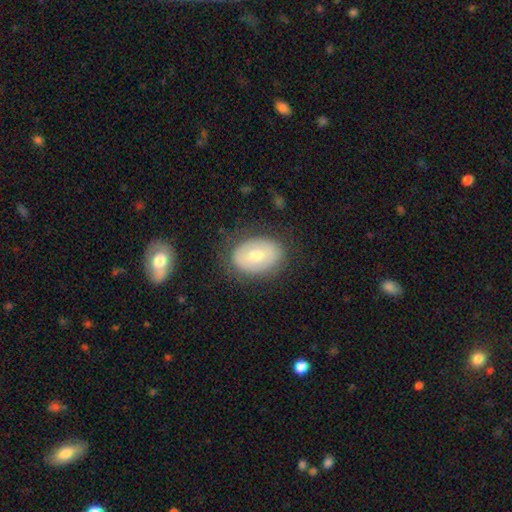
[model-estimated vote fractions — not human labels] This is possibly a smooth galaxy (57%). How rounded: likely in between (78%). Merging: clearly none (80%).